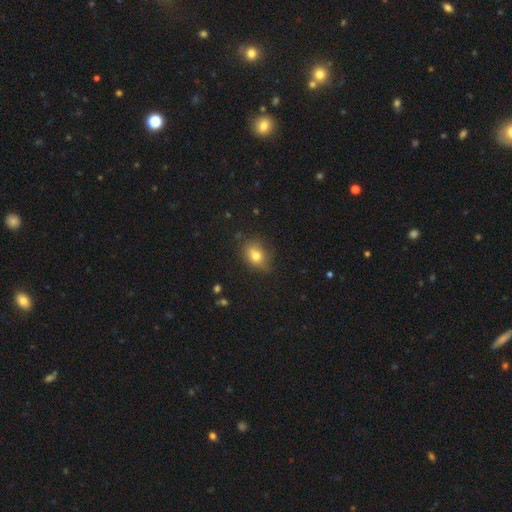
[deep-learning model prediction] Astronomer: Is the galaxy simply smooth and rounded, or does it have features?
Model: smooth — 75%.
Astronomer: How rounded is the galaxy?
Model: in between — 63%.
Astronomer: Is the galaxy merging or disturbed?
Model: none — 72%.